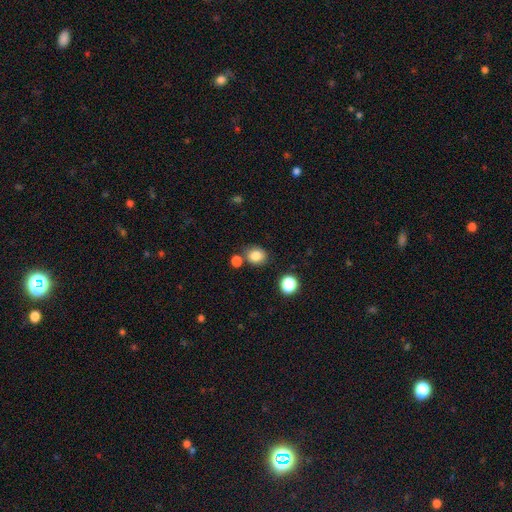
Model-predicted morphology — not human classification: This is clearly a smooth galaxy (83%). How rounded: likely round (66%). Merging: likely none (74%).